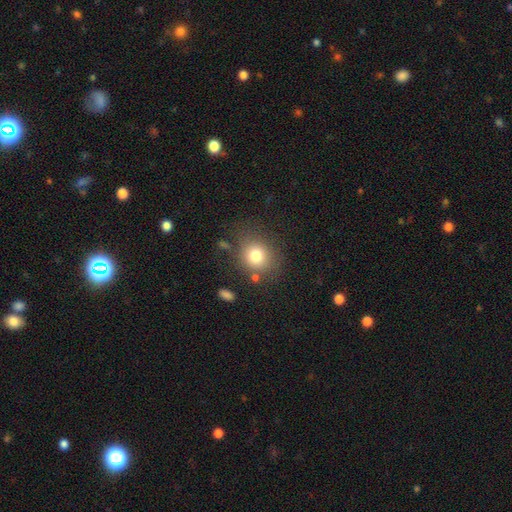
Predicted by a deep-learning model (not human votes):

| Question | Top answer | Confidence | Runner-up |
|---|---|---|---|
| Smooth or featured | smooth | 79% | star or artifact (11%) |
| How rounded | round | 71% | in between (28%) |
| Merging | none | 74% | minor disturbance (14%) |